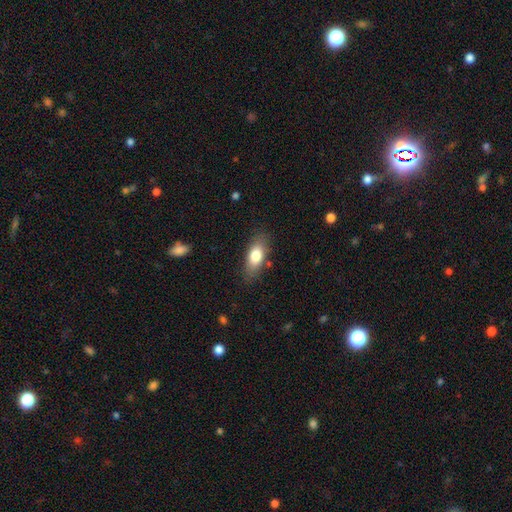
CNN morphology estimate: The model was most divided on "smooth or featured": smooth: 78%, featured or disk: 15%, star or artifact: 7%. More confident: merging — none (81%); how rounded — in between (81%).